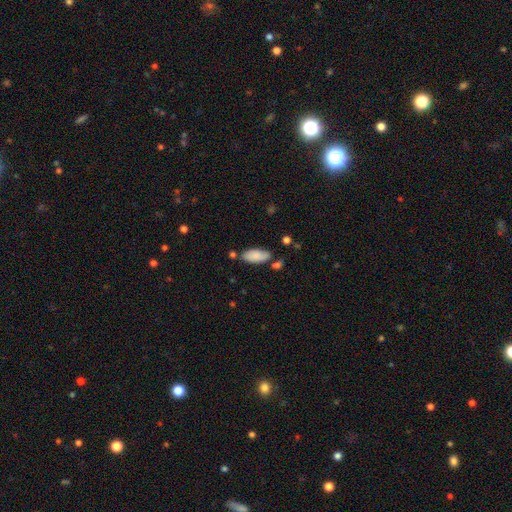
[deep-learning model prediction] Smooth or featured? smooth (85%)
How rounded? in between (86%)
Merging? none (69%)